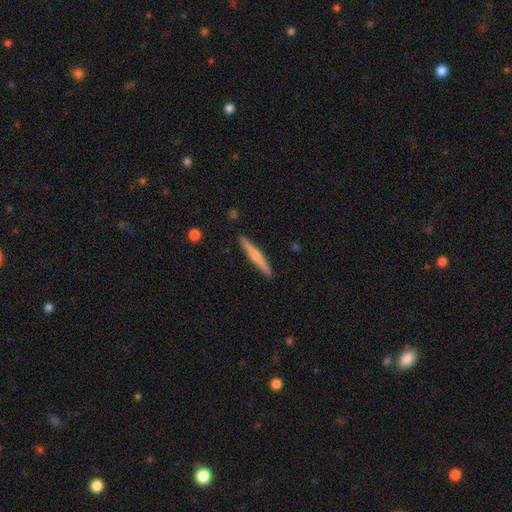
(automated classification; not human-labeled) Morphology: type=smooth (49%); merging=none (91%).